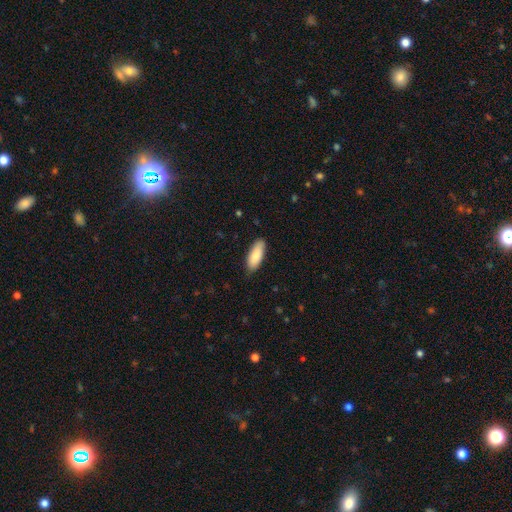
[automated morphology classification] Smooth or featured?
  - smooth: 86% *
  - featured or disk: 9%
  - star or artifact: 6%
How rounded?
  - in between: 76% *
  - cigar-shaped: 22%
  - round: 2%
Merging?
  - none: 84% *
  - minor disturbance: 13%
  - major disturbance: 2%
  - merger: 1%